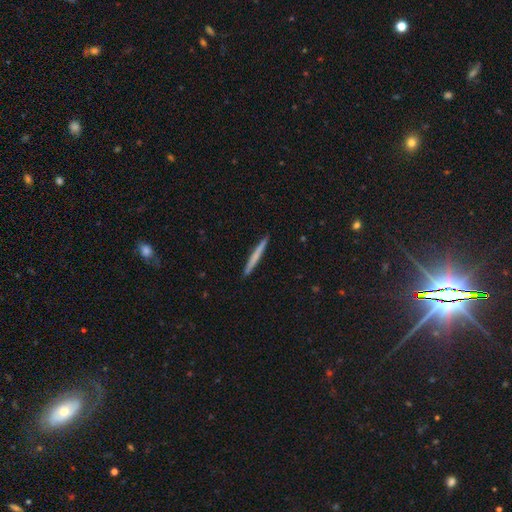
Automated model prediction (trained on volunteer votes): Smooth or featured: smooth — 60% (featured or disk — 34%)
How rounded: cigar-shaped — 97% (in between — 2%)
Merging: none — 92% (minor disturbance — 5%)